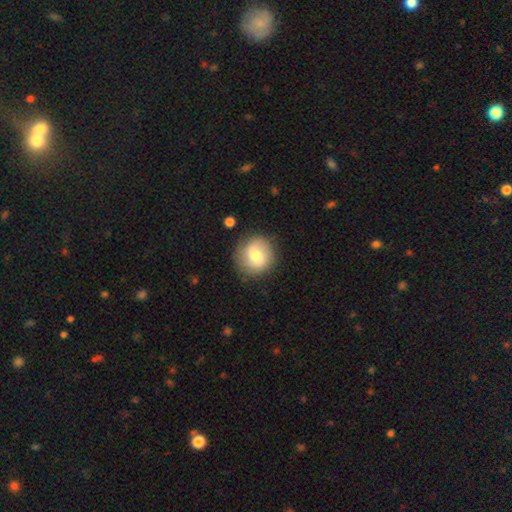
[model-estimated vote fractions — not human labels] smooth-or-featured: smooth: 65% | featured or disk: 28% | star or artifact: 8%
  how-rounded: round: 91% | in between: 8% | cigar-shaped: 1%
  merging: none: 83% | minor disturbance: 11% | major disturbance: 4% | merger: 2%